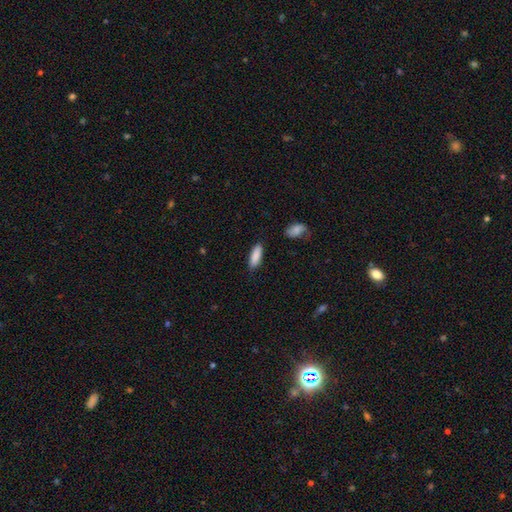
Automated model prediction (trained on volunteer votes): smooth 88%, featured or disk 6%, star or artifact 6%. Down the decision tree: how rounded — in between (57%); merging — none (85%).